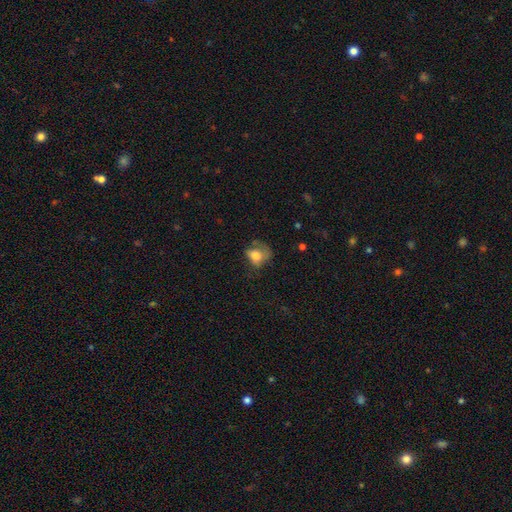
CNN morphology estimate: smooth 69%, featured or disk 21%, star or artifact 10%. Down the decision tree: how rounded — in between (56%); merging — major disturbance (36%).